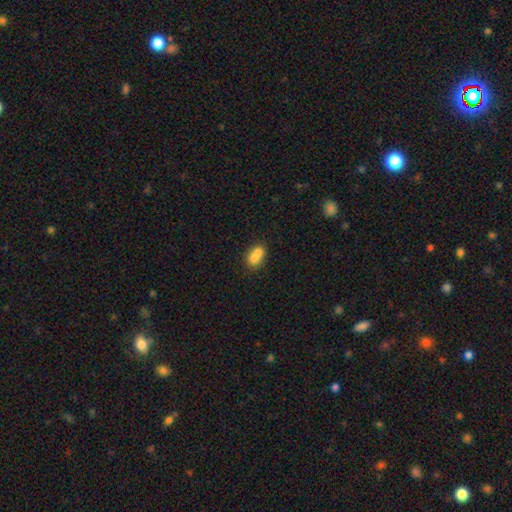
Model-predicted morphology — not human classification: Smooth or featured? smooth (69%)
How rounded? round (52%)
Merging? merger (66%)